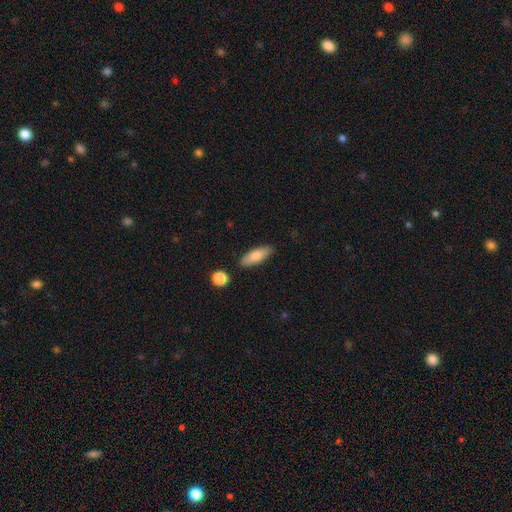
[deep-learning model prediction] A smooth galaxy with no disk features (73%) that is in between round and cigar-shaped (61%).

Vote fractions:
- Smooth or featured? smooth: 73% / featured or disk: 20% / star or artifact: 6%
- How rounded? in between: 61% / cigar-shaped: 36% / round: 3%
- Merging? none: 87% / minor disturbance: 9% / merger: 2% / major disturbance: 2%